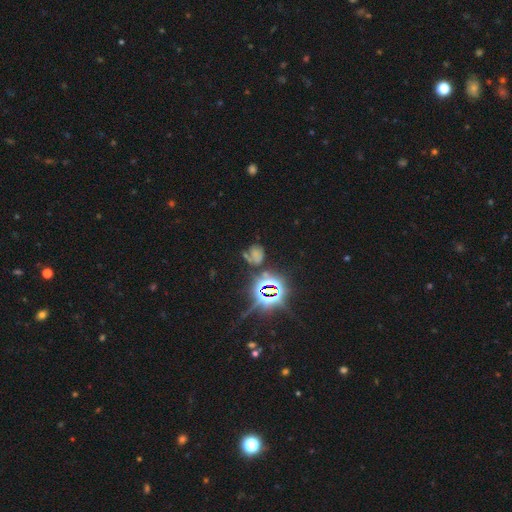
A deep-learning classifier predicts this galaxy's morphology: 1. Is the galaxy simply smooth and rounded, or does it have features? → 48% star or artifact, 35% smooth, 18% featured or disk.